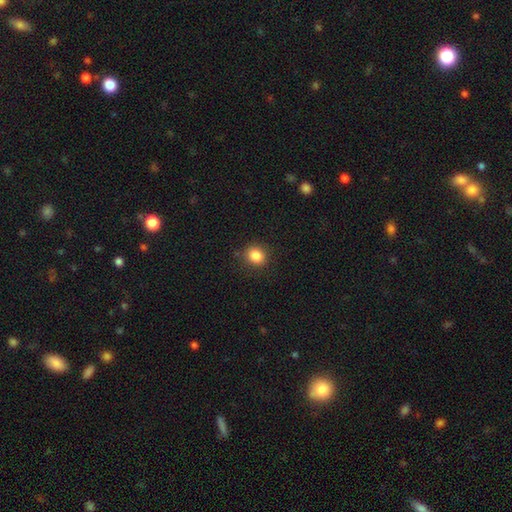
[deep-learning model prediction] Smooth or featured? smooth (85%)
How rounded? round (75%)
Merging? none (86%)